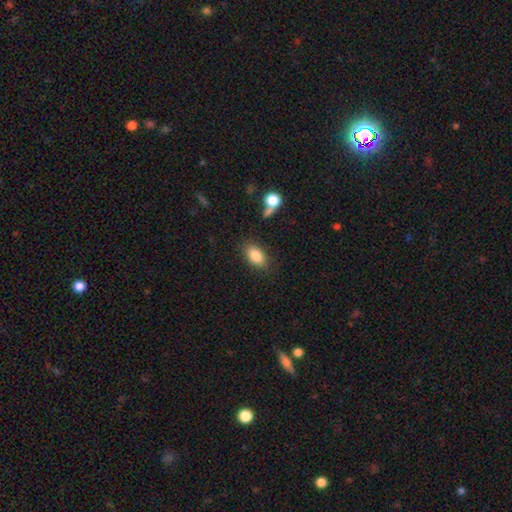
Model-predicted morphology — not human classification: smooth 84%, star or artifact 8%, featured or disk 8%. Down the decision tree: how rounded — in between (89%); merging — none (81%).